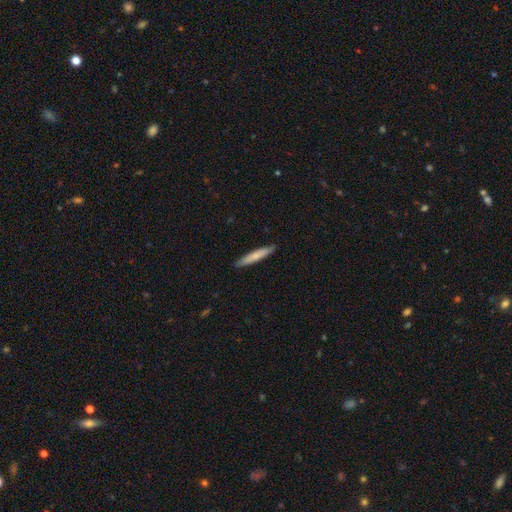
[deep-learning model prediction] Morphology: type=smooth (72%); roundness=cigar-shaped (94%); merging=none (90%).